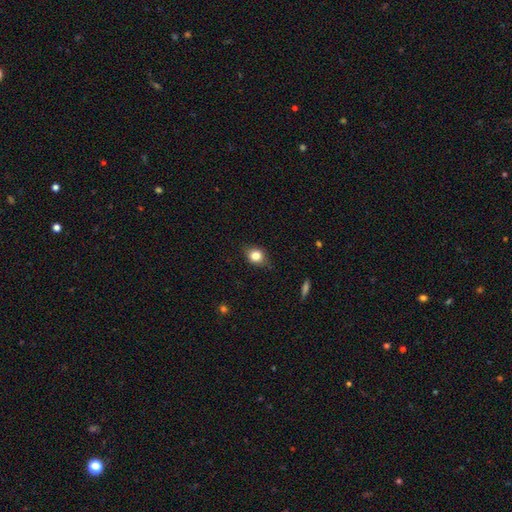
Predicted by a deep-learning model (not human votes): Smooth or featured?
  - smooth: 78% *
  - featured or disk: 12%
  - star or artifact: 10%
How rounded?
  - round: 59% *
  - in between: 39%
  - cigar-shaped: 2%
Merging?
  - none: 76% *
  - minor disturbance: 19%
  - major disturbance: 4%
  - merger: 1%